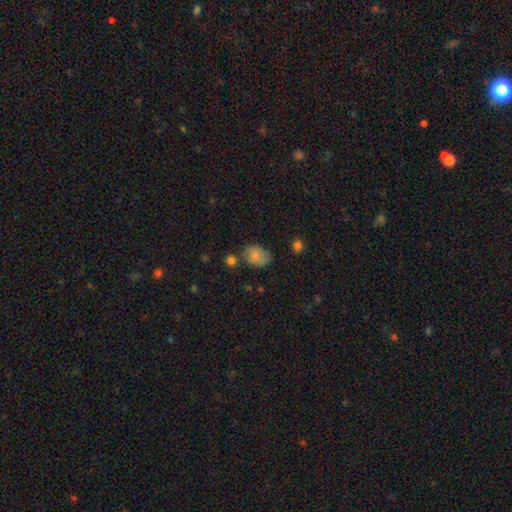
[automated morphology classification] type=smooth (74%); roundness=in between (61%); merging=none (58%).